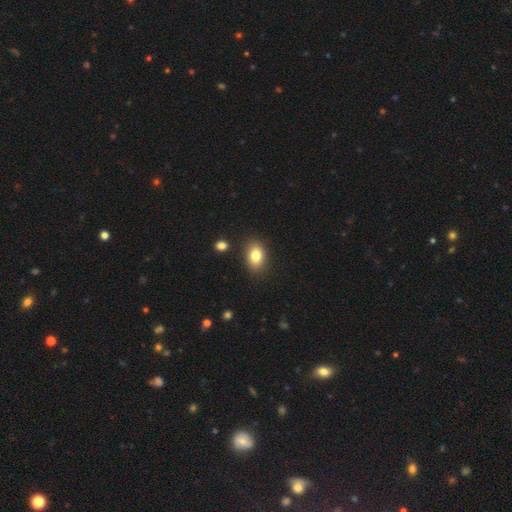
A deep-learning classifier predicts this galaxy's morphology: Q: Smooth or featured?
A: smooth (81%); runner-up: featured or disk (9%)
Q: How rounded?
A: in between (80%); runner-up: round (18%)
Q: Merging?
A: none (86%); runner-up: minor disturbance (9%)